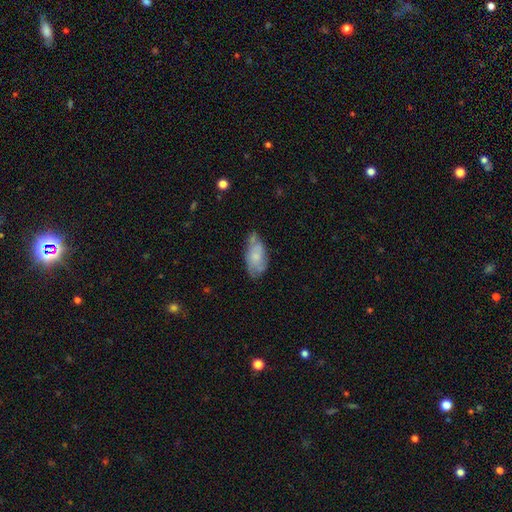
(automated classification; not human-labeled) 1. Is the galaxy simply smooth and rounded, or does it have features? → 57% smooth, 36% featured or disk, 7% star or artifact.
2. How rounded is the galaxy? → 90% in between, 7% cigar-shaped, 3% round.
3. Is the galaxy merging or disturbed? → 51% none, 34% minor disturbance, 10% major disturbance, 5% merger.